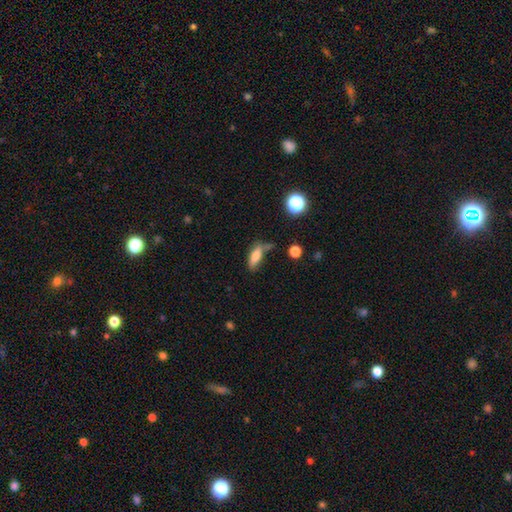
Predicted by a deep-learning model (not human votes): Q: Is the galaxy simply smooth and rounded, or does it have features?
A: smooth — 73%.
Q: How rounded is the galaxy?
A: in between — 58%.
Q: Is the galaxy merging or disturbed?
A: none — 54%.